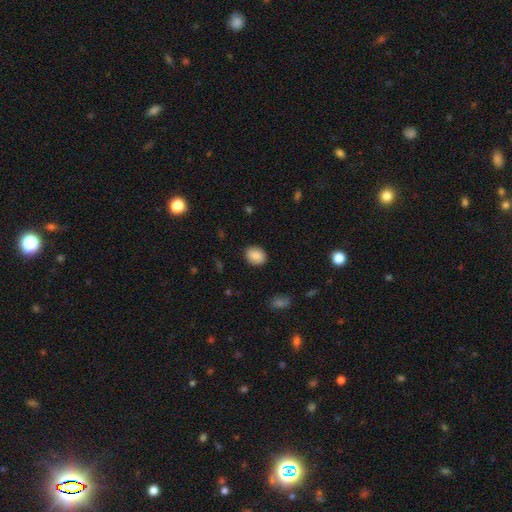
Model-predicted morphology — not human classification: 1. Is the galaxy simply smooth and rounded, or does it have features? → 86% smooth, 8% star or artifact, 6% featured or disk.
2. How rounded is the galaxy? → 50% round, 49% in between, 1% cigar-shaped.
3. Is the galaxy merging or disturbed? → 88% none, 9% minor disturbance, 2% major disturbance, 1% merger.